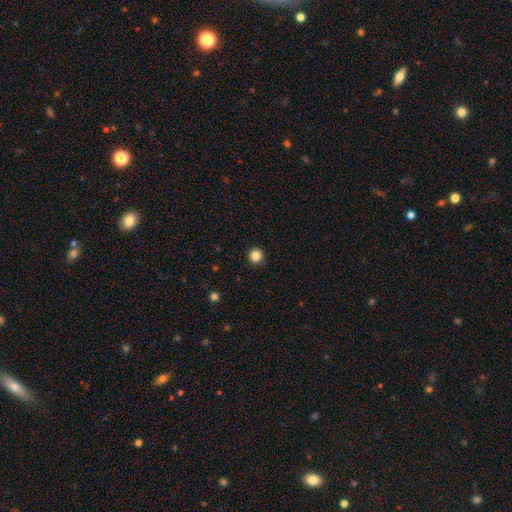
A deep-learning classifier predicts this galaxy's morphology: Smooth or featured? Predicted: smooth (p=0.85). How rounded? Predicted: round (p=0.95). Merging? Predicted: none (p=0.93).